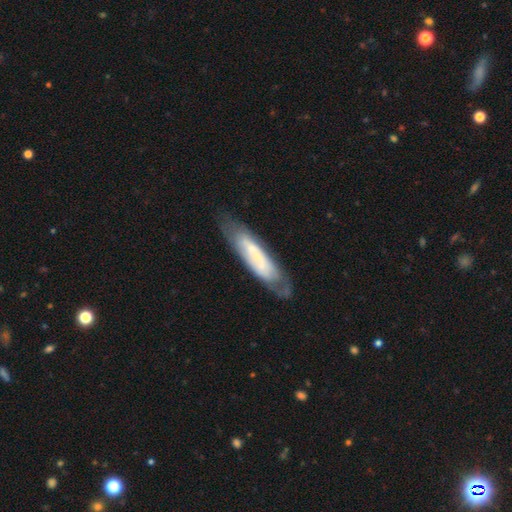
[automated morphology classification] This appears to be a featured or disk galaxy (56%). Merging: none (65%).